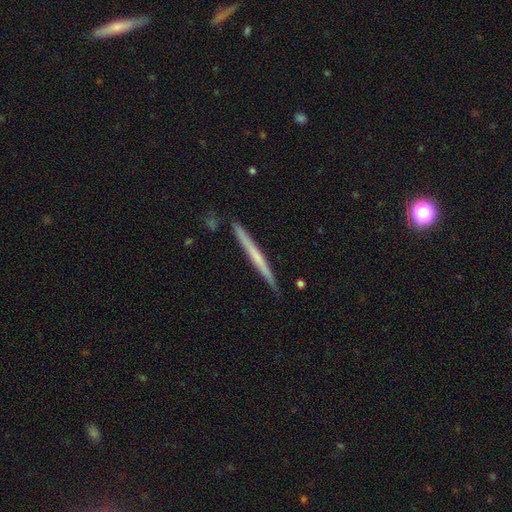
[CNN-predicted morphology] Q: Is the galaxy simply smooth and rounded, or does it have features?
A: featured or disk — 54%.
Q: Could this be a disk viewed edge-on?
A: yes — 98%.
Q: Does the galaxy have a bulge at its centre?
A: none — 78%.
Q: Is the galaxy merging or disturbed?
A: none — 89%.